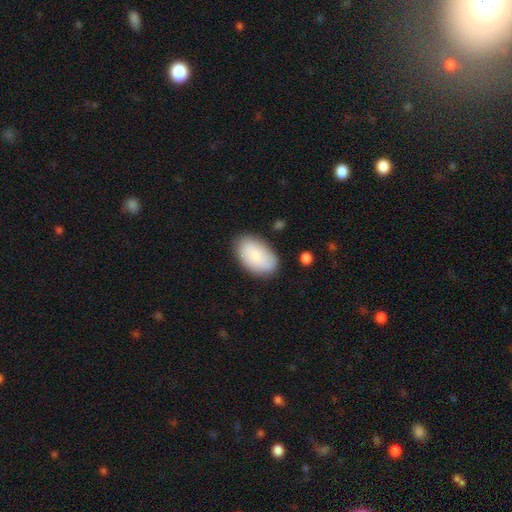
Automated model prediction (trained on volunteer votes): Smooth or featured? smooth (83%)
How rounded? in between (93%)
Merging? none (82%)